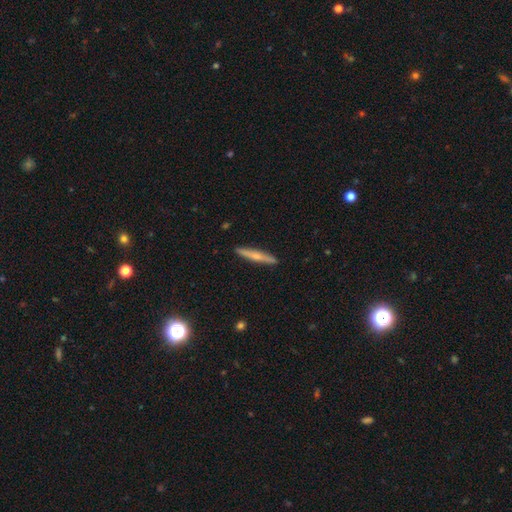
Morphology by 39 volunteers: Smooth or featured: smooth — 54% (featured or disk — 46%)
How rounded: cigar-shaped — 86% (in between — 10%)
Merging: none — 82% (minor disturbance — 8%)